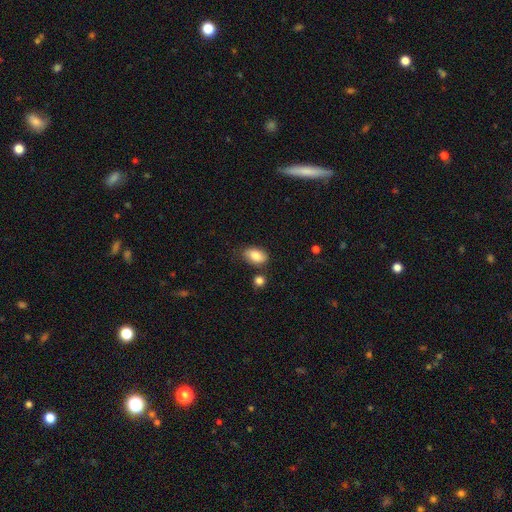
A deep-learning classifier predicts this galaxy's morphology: Smooth or featured? Predicted: smooth (p=0.81). How rounded? Predicted: in between (p=0.89). Merging? Predicted: none (p=0.73).